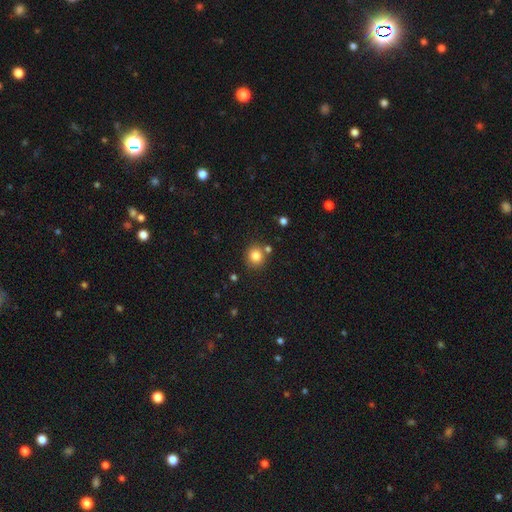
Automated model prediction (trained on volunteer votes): Smooth or featured: smooth — 83% (star or artifact — 12%)
How rounded: round — 85% (in between — 14%)
Merging: none — 79% (merger — 10%)